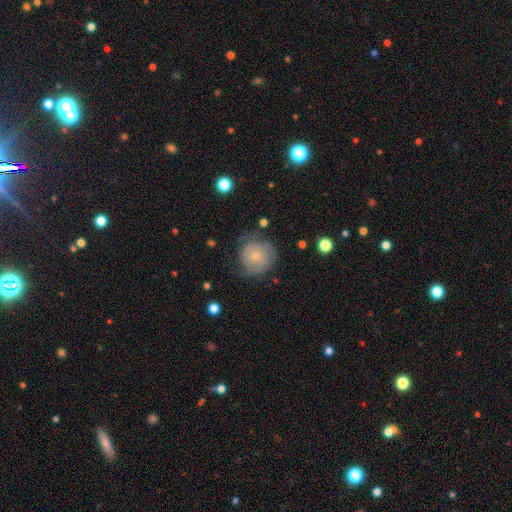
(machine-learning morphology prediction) Q: Smooth or featured?
A: featured or disk (48%); runner-up: smooth (44%)
Q: Merging?
A: none (62%); runner-up: minor disturbance (25%)